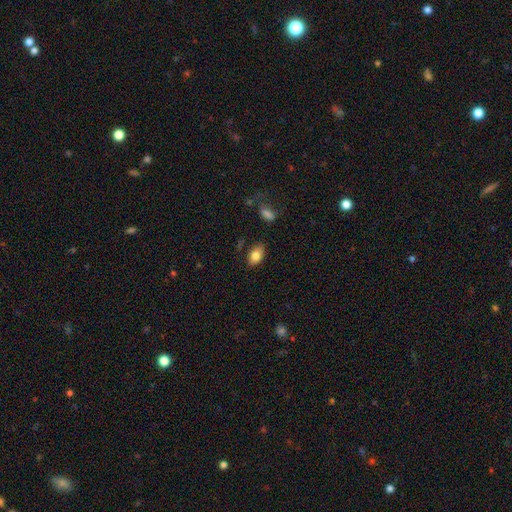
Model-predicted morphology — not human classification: This appears to be a smooth galaxy with no disk features (82%) that is in between round and cigar-shaped (90%). Merging: none (81%).